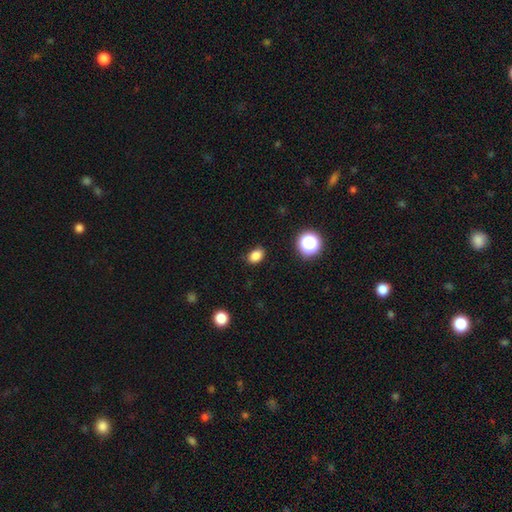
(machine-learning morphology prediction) type=smooth (83%); roundness=in between (71%); merging=none (84%).